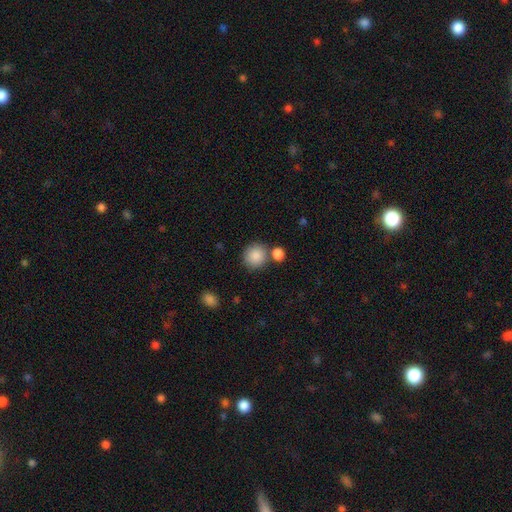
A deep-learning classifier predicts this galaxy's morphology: smooth 88%, star or artifact 8%, featured or disk 5%. Down the decision tree: how rounded — round (88%); merging — none (69%).